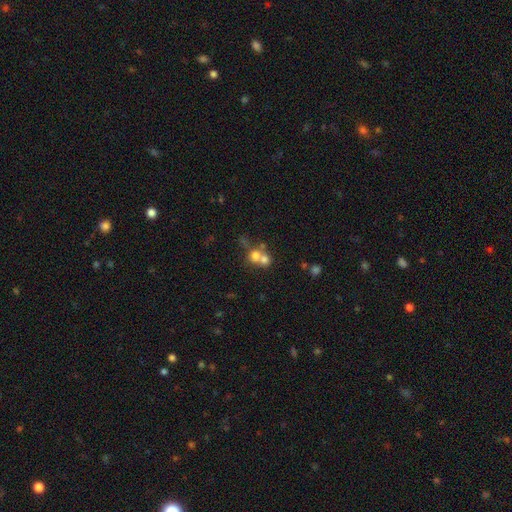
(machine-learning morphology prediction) A smooth galaxy with no disk features (65%) that is round (79%). Merging: merger (62%).